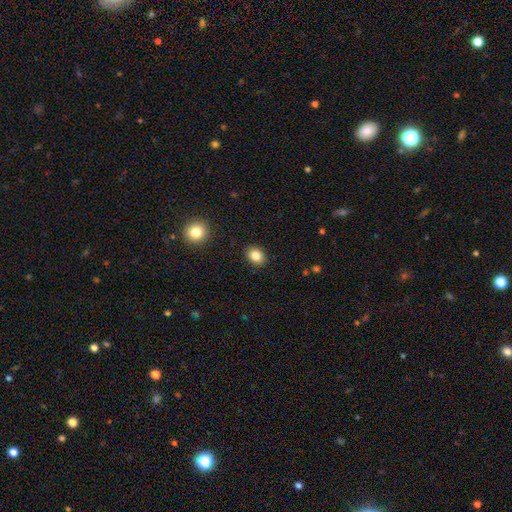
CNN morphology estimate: smooth 83%, star or artifact 10%, featured or disk 6%. Down the decision tree: how rounded — round (51%); merging — none (88%).